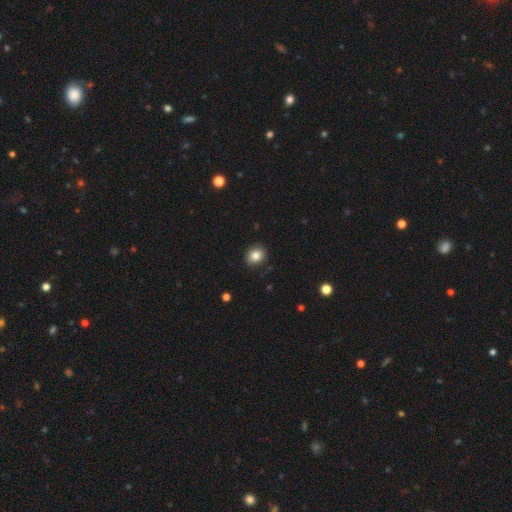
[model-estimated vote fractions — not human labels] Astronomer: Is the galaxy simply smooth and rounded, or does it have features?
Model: smooth — 84%.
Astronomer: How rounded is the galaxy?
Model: round — 68%.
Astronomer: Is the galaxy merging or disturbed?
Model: none — 89%.